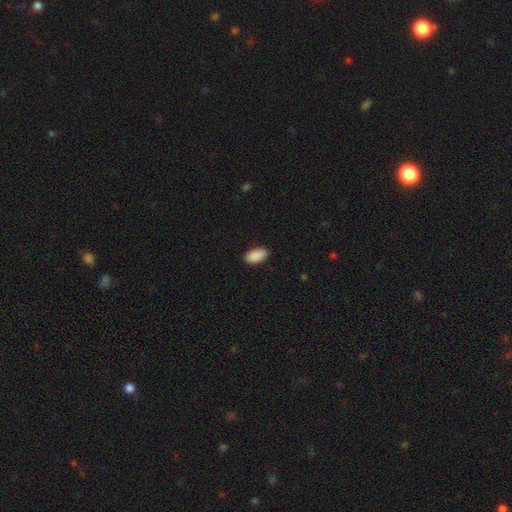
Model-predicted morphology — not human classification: type=smooth (91%); roundness=in between (95%); merging=none (89%).